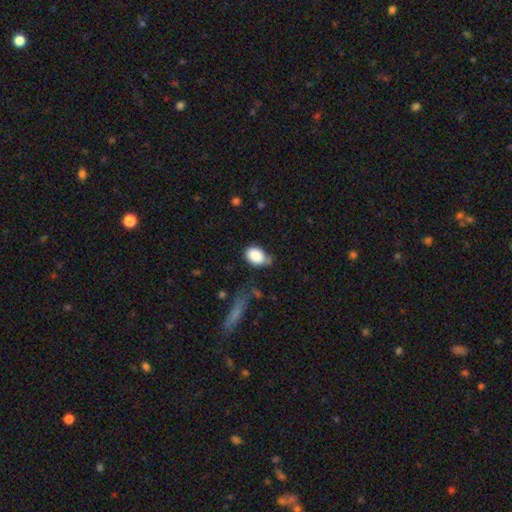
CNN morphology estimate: A smooth galaxy with no disk features (87%) that is in between round and cigar-shaped (79%). Merging: none (52%).